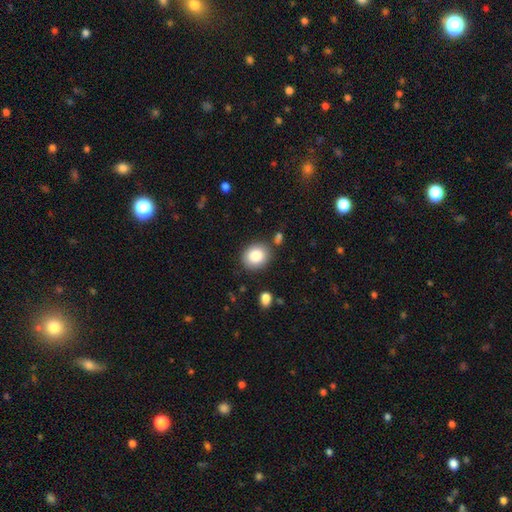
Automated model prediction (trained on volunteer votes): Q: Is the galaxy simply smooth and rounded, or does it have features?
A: smooth — 86%.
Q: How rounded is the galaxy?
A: round — 64%.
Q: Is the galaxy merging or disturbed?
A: none — 82%.